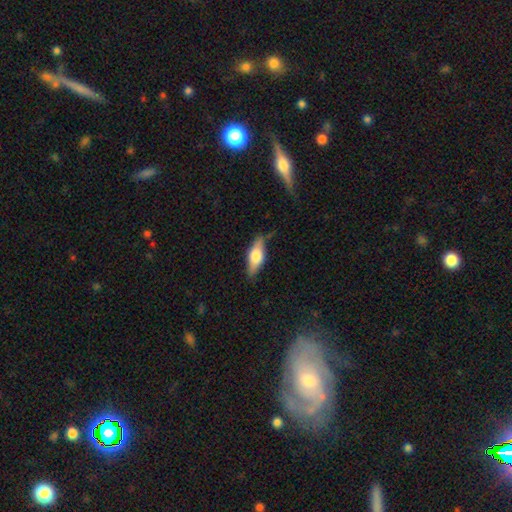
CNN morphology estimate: The model was most divided on "smooth or featured": smooth: 55%, featured or disk: 39%, star or artifact: 6%. More confident: merging — none (75%); how rounded — in between (71%).